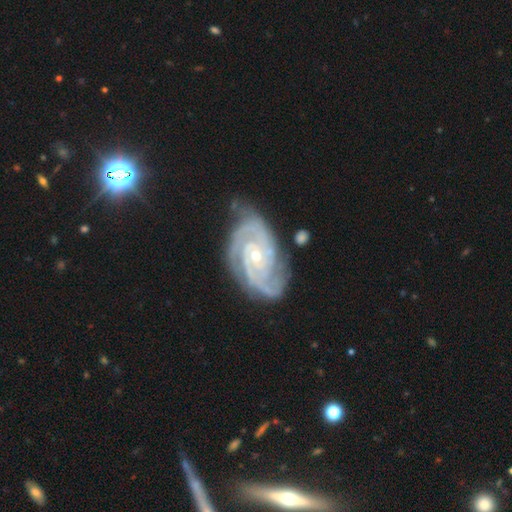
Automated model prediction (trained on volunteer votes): smooth_or_featured: featured or disk (p=0.92) [alt: star or artifact p=0.04]
disk_edge_on: no (p=0.97) [alt: yes p=0.03]
bar: no (p=0.63) [alt: weak p=0.28]
has_spiral_arms: yes (p=0.98) [alt: no p=0.02]
spiral_winding: tight (p=0.72) [alt: medium p=0.25]
spiral_arm_count: 2 (p=0.36) [alt: 3 p=0.32]
bulge_size: small (p=0.63) [alt: moderate p=0.34]
merging: none (p=0.70) [alt: minor disturbance p=0.21]